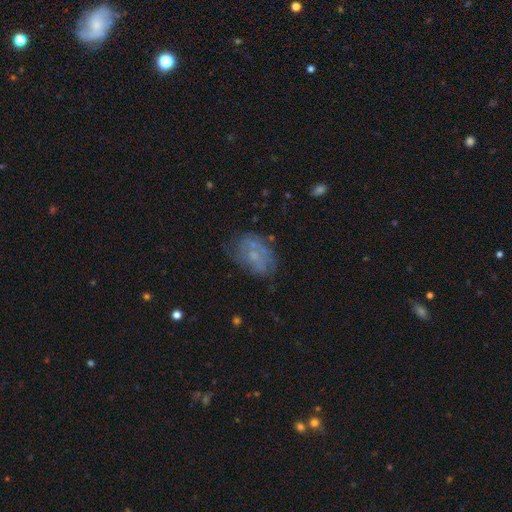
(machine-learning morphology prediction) A featured or disk galaxy (52%) with no bar (75%), spiral arms (57%) and a small central bulge (51%).

Vote fractions:
- Smooth or featured? featured or disk: 52% / smooth: 37% / star or artifact: 11%
- Edge-on disk? no: 97% / yes: 3%
- Bar? no: 75% / weak: 21% / strong: 3%
- Spiral arms? yes: 57% / no: 43%
- Bulge size? small: 51% / none: 23% / moderate: 23% / large: 2% / dominant: 1%
- Merging? none: 56% / minor disturbance: 26% / major disturbance: 15% / merger: 3%